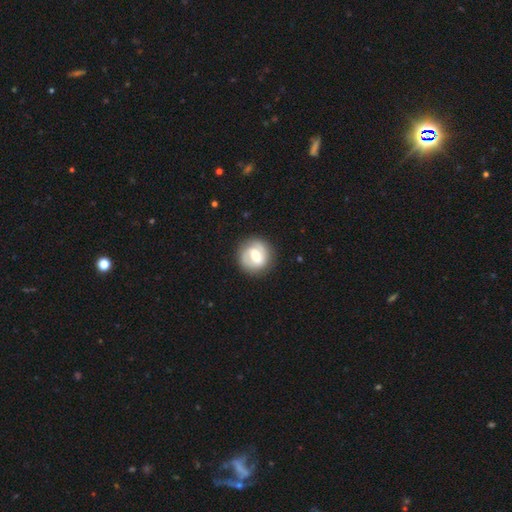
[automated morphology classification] This appears to be a featured or disk galaxy (62%) with a weak bar (48%), spiral arms (76%) and a moderate central bulge (64%). Merging: none (84%).